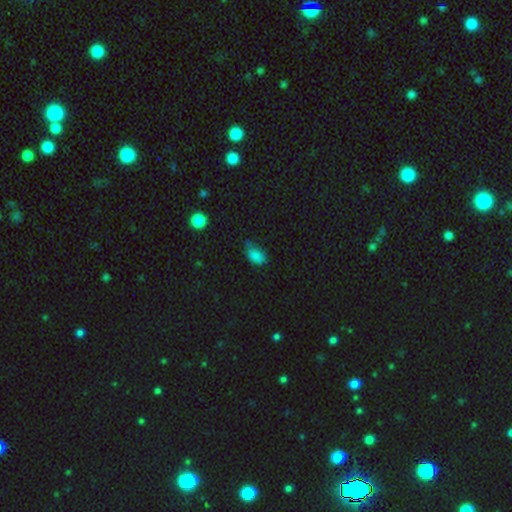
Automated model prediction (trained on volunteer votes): smooth-or-featured: smooth: 81% | star or artifact: 13% | featured or disk: 6%
  how-rounded: in between: 84% | round: 14% | cigar-shaped: 2%
  merging: none: 43% | minor disturbance: 41% | major disturbance: 12% | merger: 4%